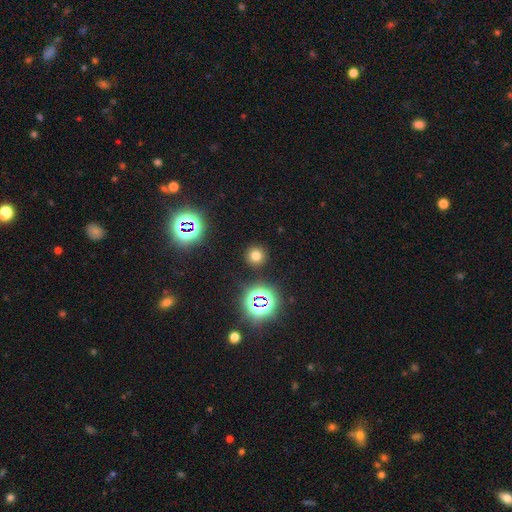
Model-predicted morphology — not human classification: Smooth or featured? smooth (68%)
How rounded? round (94%)
Merging? none (89%)